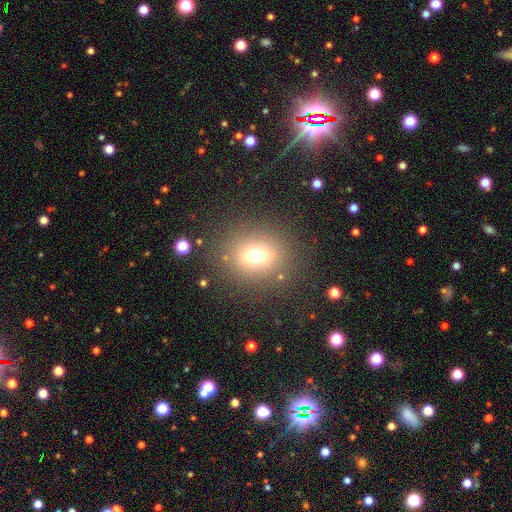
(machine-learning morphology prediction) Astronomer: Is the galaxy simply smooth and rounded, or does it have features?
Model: smooth — 70%.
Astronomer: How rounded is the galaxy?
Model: round — 70%.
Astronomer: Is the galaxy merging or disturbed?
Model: none — 82%.